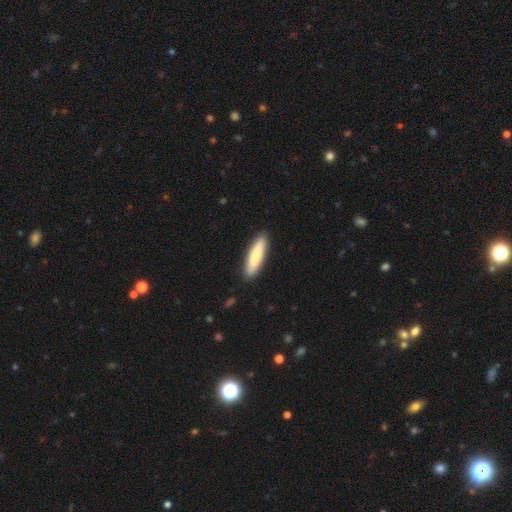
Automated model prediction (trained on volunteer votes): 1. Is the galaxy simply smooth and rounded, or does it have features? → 80% smooth, 15% featured or disk, 5% star or artifact.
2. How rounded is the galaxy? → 75% cigar-shaped, 24% in between, 1% round.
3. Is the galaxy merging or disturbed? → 90% none, 7% minor disturbance, 1% major disturbance, 1% merger.